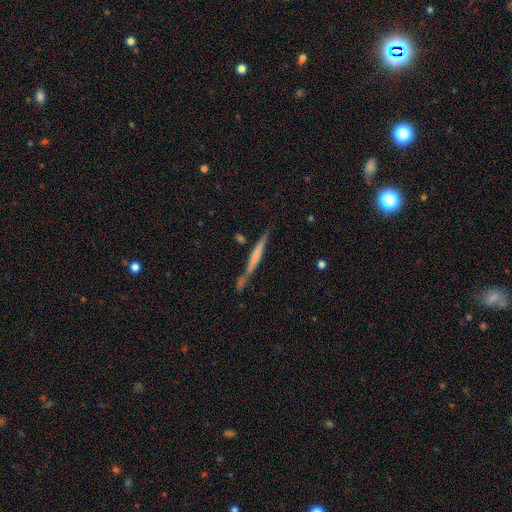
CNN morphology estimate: A featured or disk galaxy (51%) viewed edge-on (94%). Merging: none (65%).